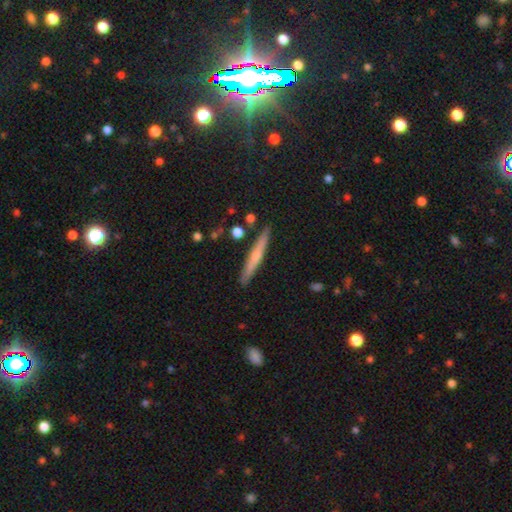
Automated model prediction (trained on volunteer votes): featured or disk 47% (tied), smooth 47% (tied), star or artifact 7%. Down the decision tree: merging — none (89%).